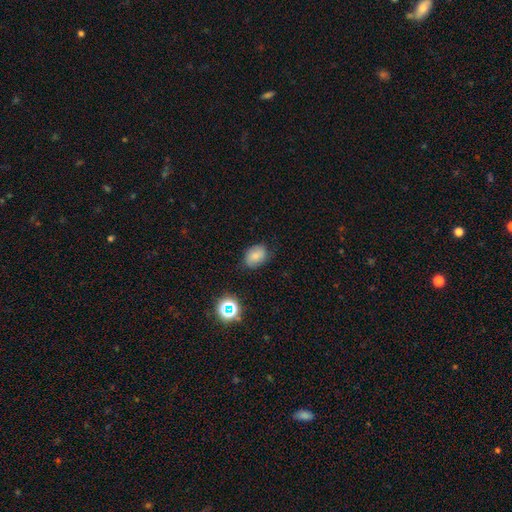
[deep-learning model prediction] This appears to be a smooth galaxy with no disk features (74%) that is in between round and cigar-shaped (74%). Merging: none (76%).